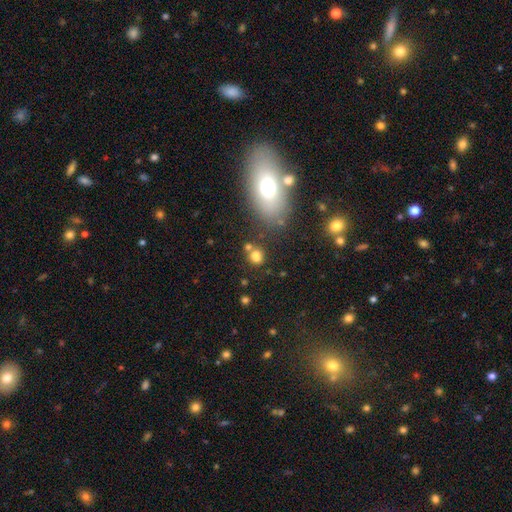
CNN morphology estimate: Q: Smooth or featured?
A: smooth (73%); runner-up: star or artifact (17%)
Q: How rounded?
A: round (69%); runner-up: in between (30%)
Q: Merging?
A: none (60%); runner-up: merger (22%)